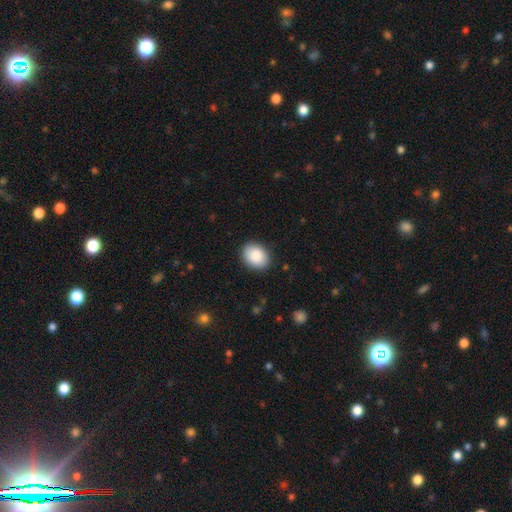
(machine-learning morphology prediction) smooth_or_featured: smooth (p=0.89) [alt: star or artifact p=0.07]
how_rounded: in between (p=0.64) [alt: round p=0.35]
merging: none (p=0.89) [alt: minor disturbance p=0.08]